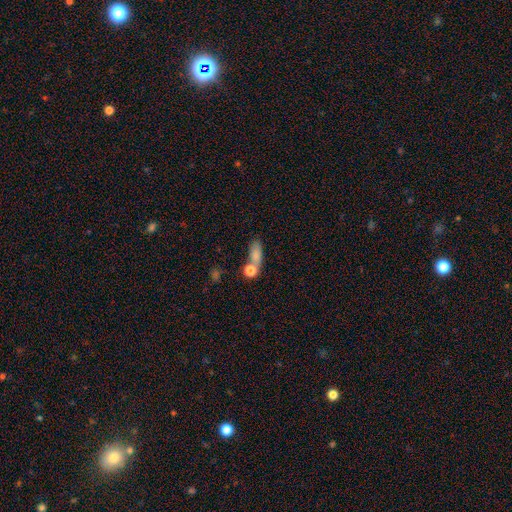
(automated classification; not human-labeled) Morphology: type=smooth (77%); roundness=in between (63%); merging=none (45%).